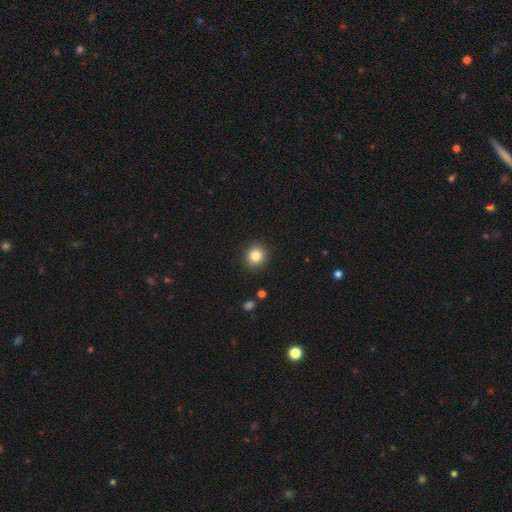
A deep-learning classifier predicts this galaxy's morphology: This is clearly a smooth galaxy (84%). How rounded: clearly round (88%). Merging: clearly none (91%).